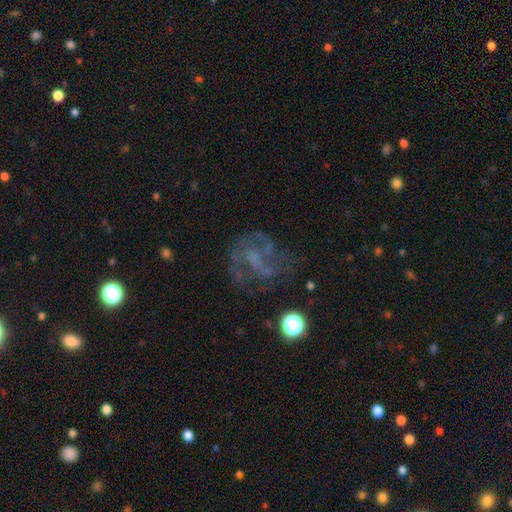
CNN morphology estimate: smooth_or_featured: featured or disk (p=0.64) [alt: star or artifact p=0.19]
disk_edge_on: no (p=0.97) [alt: yes p=0.03]
bar: no (p=0.55) [alt: weak p=0.35]
has_spiral_arms: yes (p=0.69) [alt: no p=0.31]
bulge_size: none (p=0.50) [alt: small p=0.32]
merging: none (p=0.53) [alt: major disturbance p=0.27]